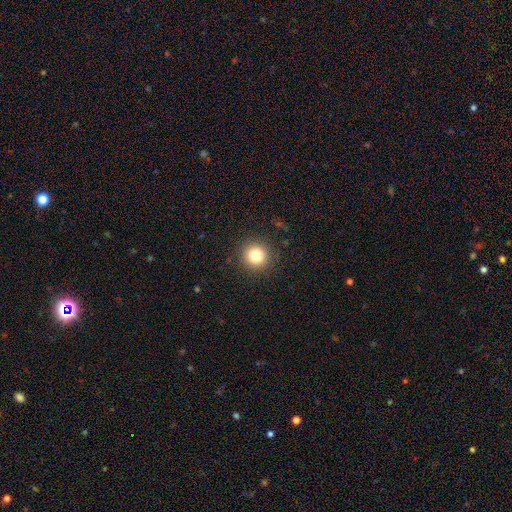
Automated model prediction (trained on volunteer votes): Smooth or featured? smooth (82%)
How rounded? round (94%)
Merging? none (91%)